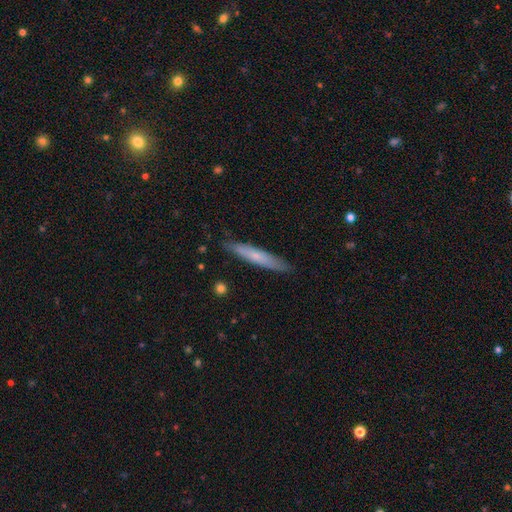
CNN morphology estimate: smooth-or-featured: smooth: 61% | featured or disk: 34% | star or artifact: 6%
  how-rounded: cigar-shaped: 93% | in between: 5% | round: 1%
  merging: none: 86% | minor disturbance: 11% | major disturbance: 2% | merger: 1%